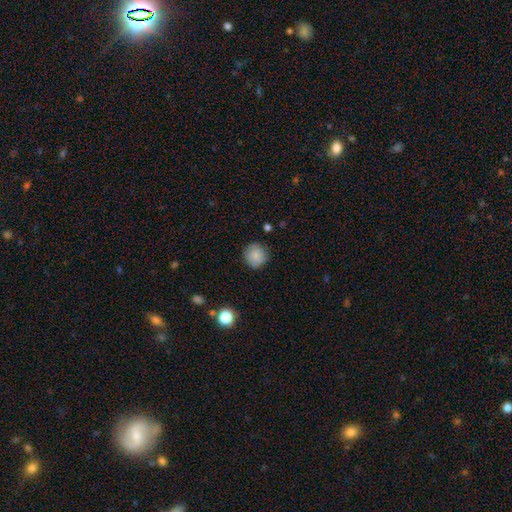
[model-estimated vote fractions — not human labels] Smooth or featured: smooth — 85% (star or artifact — 8%)
How rounded: round — 92% (in between — 7%)
Merging: none — 84% (minor disturbance — 11%)